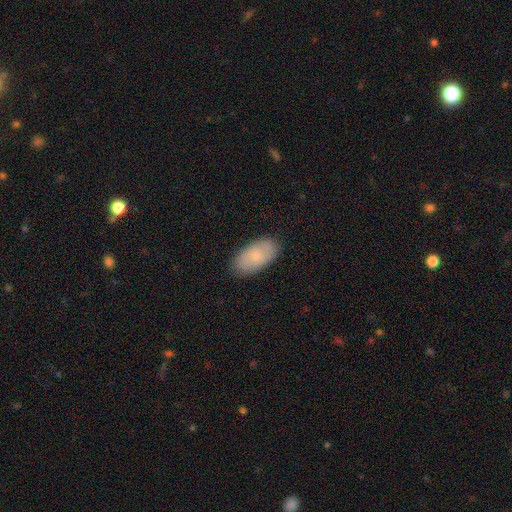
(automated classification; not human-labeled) A smooth galaxy with no disk features (75%) that is in between round and cigar-shaped (94%).

Vote fractions:
- Smooth or featured? smooth: 75% / featured or disk: 20% / star or artifact: 6%
- How rounded? in between: 94% / cigar-shaped: 3% / round: 3%
- Merging? none: 87% / minor disturbance: 10% / major disturbance: 2% / merger: 1%